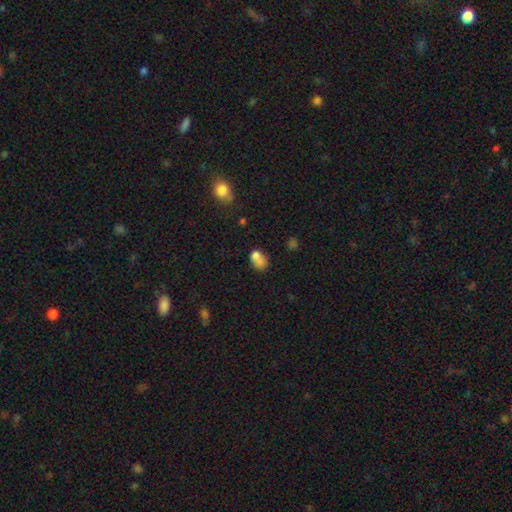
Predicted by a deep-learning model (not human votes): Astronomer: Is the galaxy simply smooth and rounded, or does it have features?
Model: smooth — 71%.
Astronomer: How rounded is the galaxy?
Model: in between — 63%.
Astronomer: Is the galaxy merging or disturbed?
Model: merger — 42% (runner-up: none, 30%).